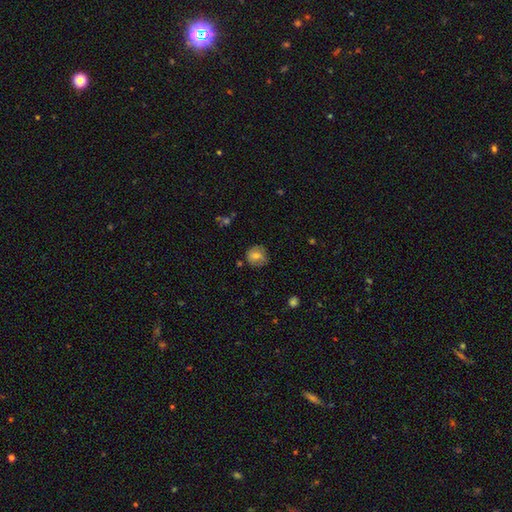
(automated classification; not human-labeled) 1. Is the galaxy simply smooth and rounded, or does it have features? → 73% smooth, 18% featured or disk, 9% star or artifact.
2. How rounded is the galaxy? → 84% round, 15% in between, 1% cigar-shaped.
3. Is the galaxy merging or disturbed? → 74% none, 19% minor disturbance, 4% major disturbance, 2% merger.